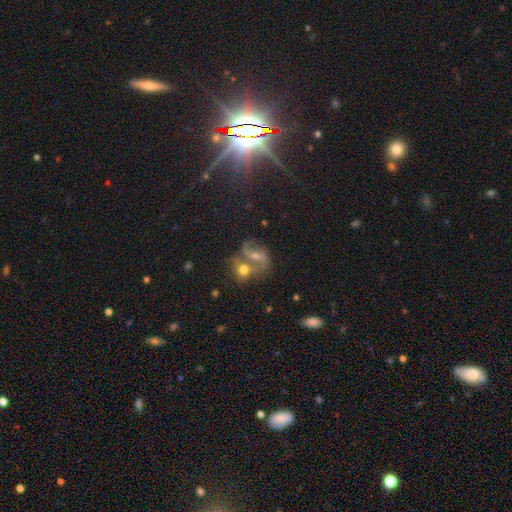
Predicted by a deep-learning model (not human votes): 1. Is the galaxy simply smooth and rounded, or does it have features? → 66% featured or disk, 19% smooth, 15% star or artifact.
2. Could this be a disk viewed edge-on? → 96% no, 4% yes.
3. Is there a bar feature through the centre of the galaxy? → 42% weak, 30% no, 28% strong.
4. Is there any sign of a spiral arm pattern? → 84% yes, 16% no.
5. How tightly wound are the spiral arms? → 47% medium, 38% loose, 15% tight.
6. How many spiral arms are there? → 85% 2, 6% 1, 5% can't tell, 1% 3, 1% 4, 1% more than 4.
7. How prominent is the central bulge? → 53% moderate, 36% small, 5% large, 4% none, 2% dominant.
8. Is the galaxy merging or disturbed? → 41% merger, 39% none, 12% minor disturbance, 8% major disturbance.